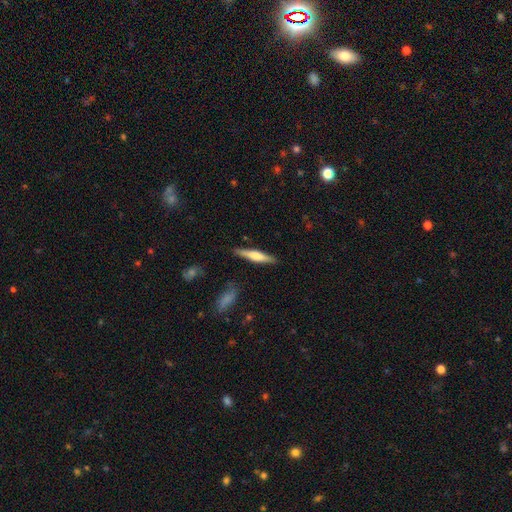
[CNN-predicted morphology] smooth_or_featured: smooth (p=0.52) [alt: featured or disk p=0.42]
how_rounded: cigar-shaped (p=0.87) [alt: in between p=0.11]
merging: none (p=0.87) [alt: minor disturbance p=0.09]